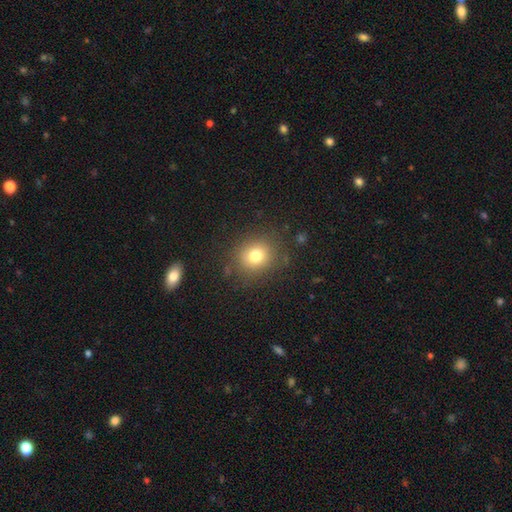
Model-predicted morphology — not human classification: smooth 76%, star or artifact 14%, featured or disk 10%. Down the decision tree: how rounded — round (78%); merging — none (84%).